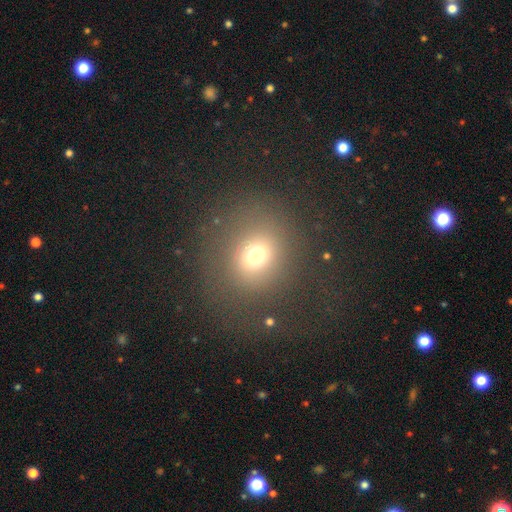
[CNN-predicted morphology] This is likely a smooth galaxy (70%). How rounded: likely round (78%). Merging: likely none (77%).